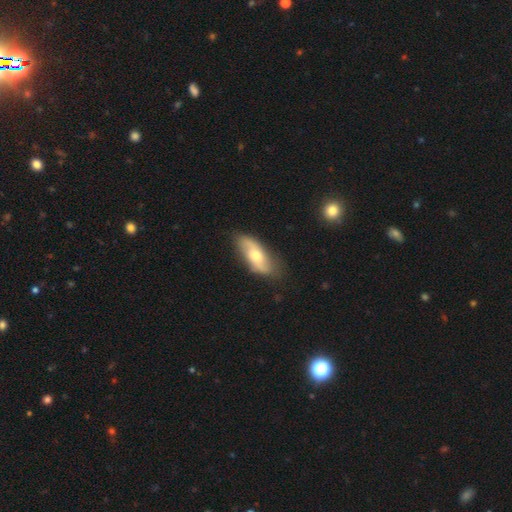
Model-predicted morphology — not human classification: Smooth or featured? Predicted: featured or disk (p=0.51). Edge-on disk? Predicted: no (p=0.77). Merging? Predicted: none (p=0.79).